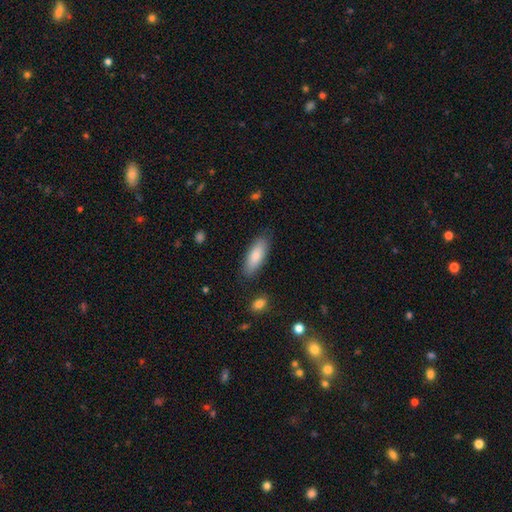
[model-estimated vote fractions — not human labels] Smooth or featured? smooth (82%)
How rounded? in between (68%)
Merging? none (83%)